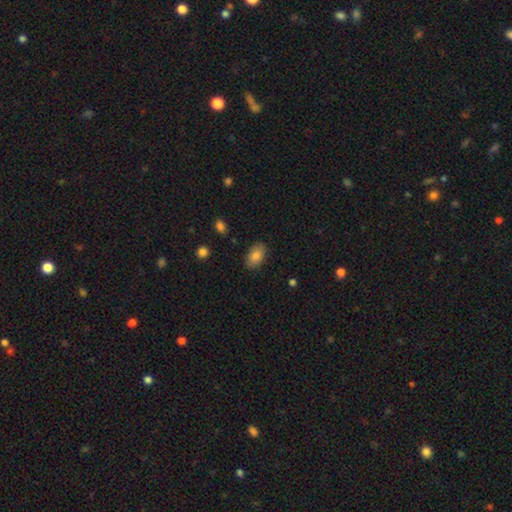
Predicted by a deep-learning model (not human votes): Smooth or featured?
  - smooth: 84% *
  - featured or disk: 9%
  - star or artifact: 7%
How rounded?
  - in between: 91% *
  - round: 7%
  - cigar-shaped: 1%
Merging?
  - none: 85% *
  - minor disturbance: 11%
  - major disturbance: 3%
  - merger: 1%